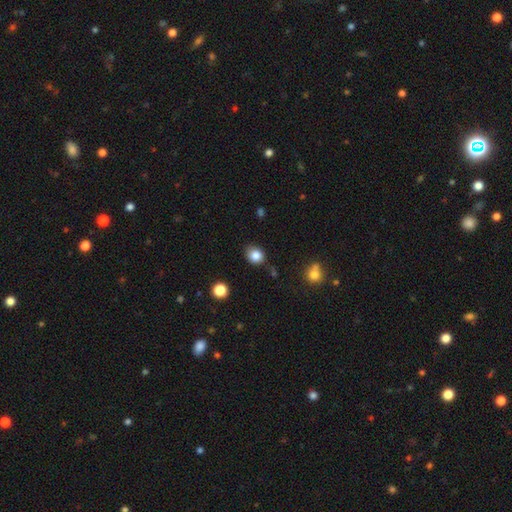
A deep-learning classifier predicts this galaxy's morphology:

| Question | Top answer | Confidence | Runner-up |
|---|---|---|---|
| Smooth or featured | smooth | 84% | star or artifact (10%) |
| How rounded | round | 61% | in between (38%) |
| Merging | none | 80% | minor disturbance (15%) |